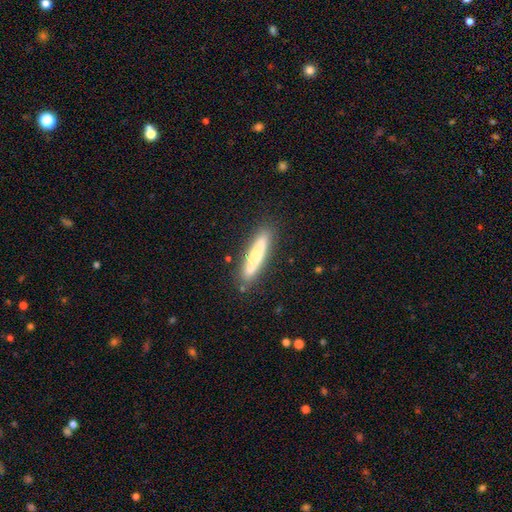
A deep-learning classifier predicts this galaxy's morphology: A smooth galaxy with no disk features (52%) that is cigar-shaped (90%).

Vote fractions:
- Smooth or featured? smooth: 52% / featured or disk: 42% / star or artifact: 6%
- How rounded? cigar-shaped: 90% / in between: 9% / round: 1%
- Merging? none: 87% / minor disturbance: 9% / major disturbance: 2% / merger: 2%